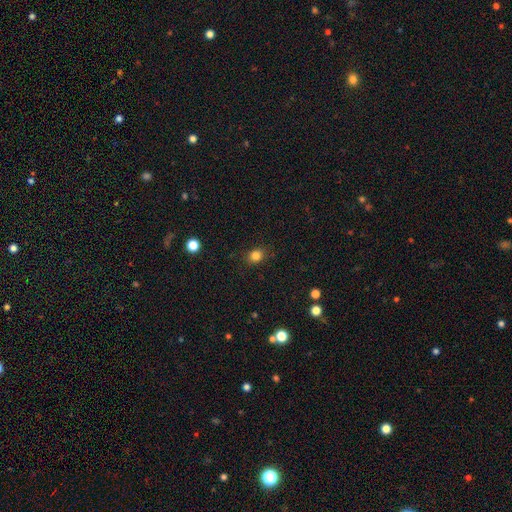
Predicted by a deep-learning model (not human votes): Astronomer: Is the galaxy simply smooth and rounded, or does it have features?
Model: smooth — 83%.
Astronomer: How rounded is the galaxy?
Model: round — 65%.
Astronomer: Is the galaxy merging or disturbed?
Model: none — 85%.